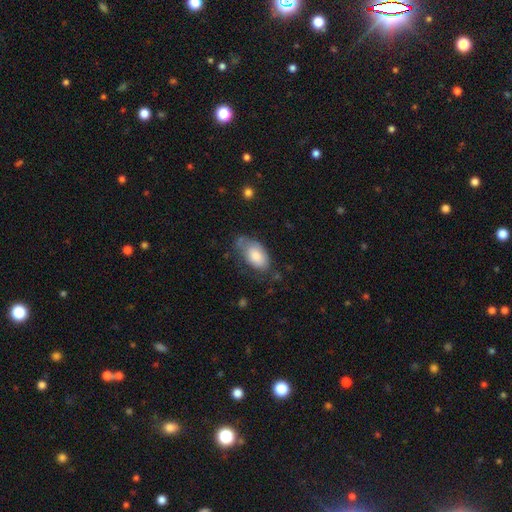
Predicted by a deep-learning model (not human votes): Smooth or featured: smooth — 74% (featured or disk — 19%)
How rounded: in between — 94% (round — 4%)
Merging: none — 45% (minor disturbance — 34%)